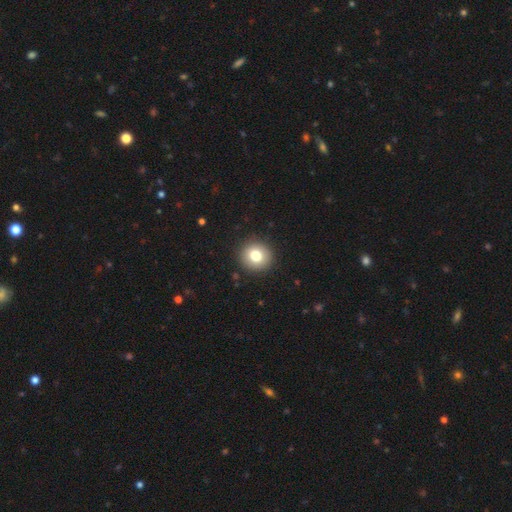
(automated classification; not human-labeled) smooth_or_featured: smooth (p=0.79) [alt: featured or disk p=0.11]
how_rounded: round (p=0.91) [alt: in between p=0.08]
merging: none (p=0.92) [alt: minor disturbance p=0.05]